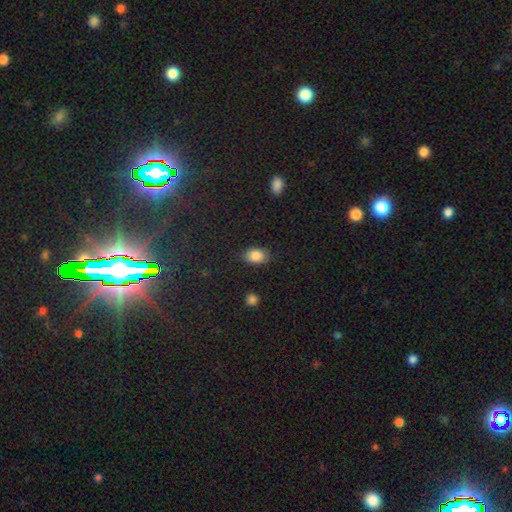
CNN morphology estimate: The model was most divided on "how rounded": in between: 80%, round: 19%, cigar-shaped: 1%. More confident: smooth or featured — smooth (85%); merging — none (81%).